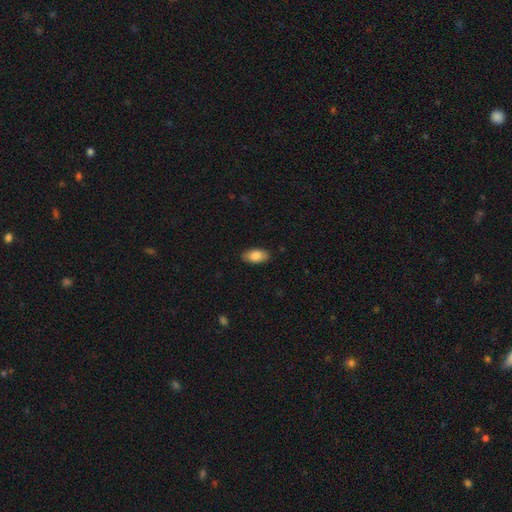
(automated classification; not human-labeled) A smooth galaxy with no disk features (84%) that is in between round and cigar-shaped (93%).

Vote fractions:
- Smooth or featured? smooth: 84% / featured or disk: 10% / star or artifact: 6%
- How rounded? in between: 93% / cigar-shaped: 4% / round: 3%
- Merging? none: 87% / minor disturbance: 10% / major disturbance: 2% / merger: 1%